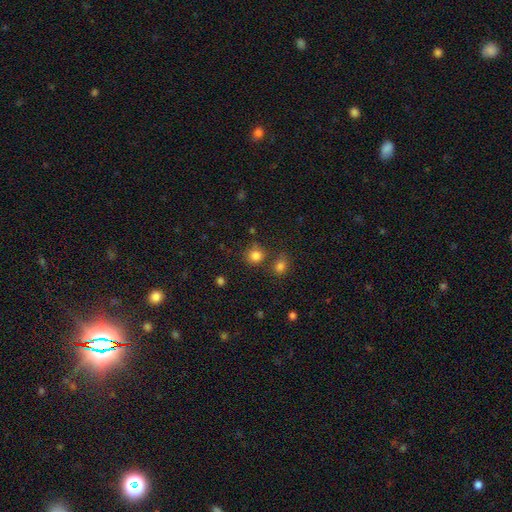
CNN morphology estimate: A smooth galaxy with no disk features (82%) that is round (85%).

Vote fractions:
- Smooth or featured? smooth: 82% / star or artifact: 13% / featured or disk: 5%
- How rounded? round: 85% / in between: 14% / cigar-shaped: 1%
- Merging? none: 69% / merger: 16% / minor disturbance: 11% / major disturbance: 4%